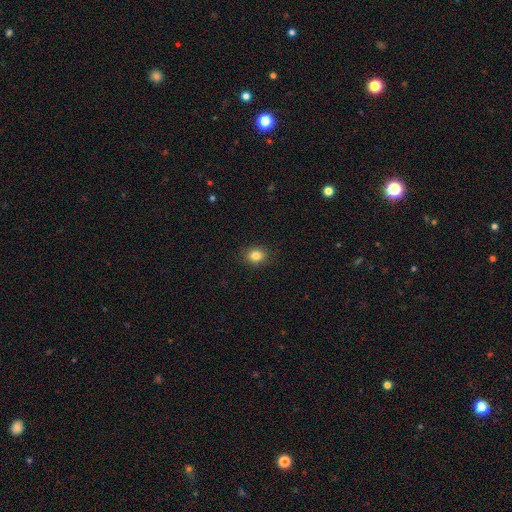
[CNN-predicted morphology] smooth 84%, star or artifact 11%, featured or disk 6%. Down the decision tree: how rounded — round (60%); merging — none (89%).